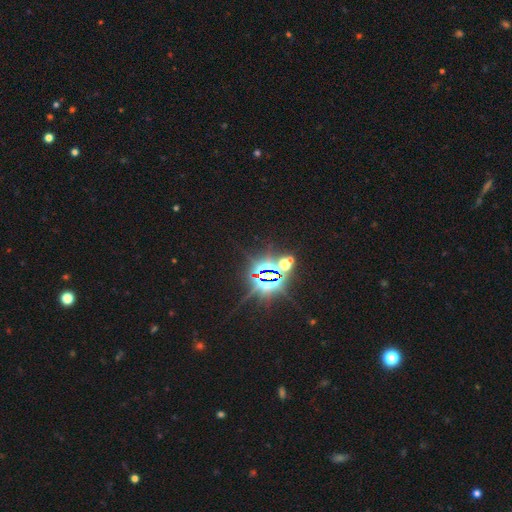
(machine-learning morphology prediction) smooth-or-featured: star or artifact: 81% | smooth: 12% | featured or disk: 6%